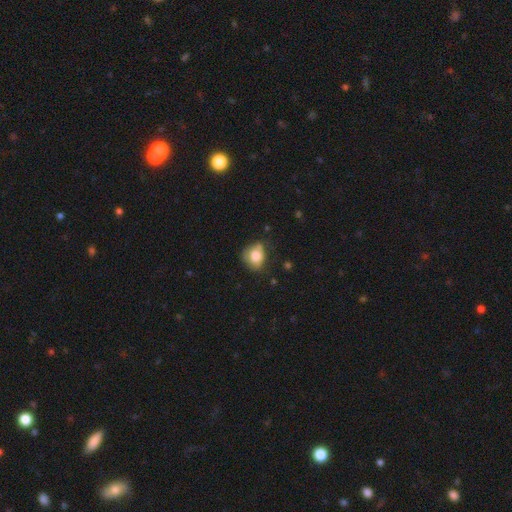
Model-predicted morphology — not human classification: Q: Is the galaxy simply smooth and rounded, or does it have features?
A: smooth — 76%.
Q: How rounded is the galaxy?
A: round — 60%.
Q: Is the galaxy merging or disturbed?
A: none — 50%.